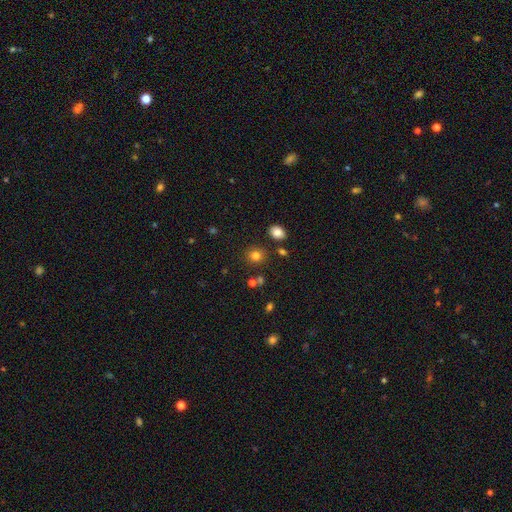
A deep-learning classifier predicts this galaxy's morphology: This appears to be a smooth galaxy with no disk features (80%) that is round (84%). Merging: none (83%).